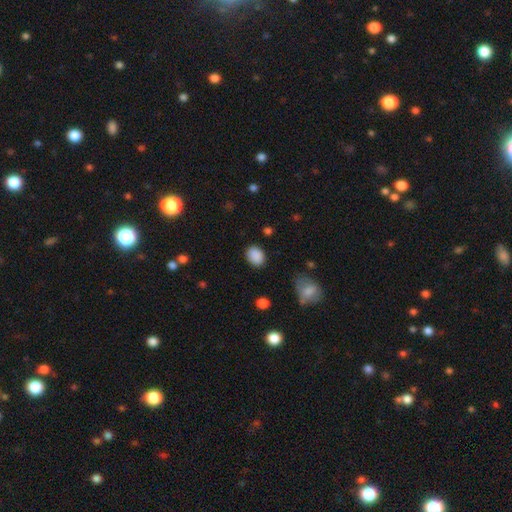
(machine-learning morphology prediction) Smooth or featured? Predicted: smooth (p=0.88). How rounded? Predicted: in between (p=0.55). Merging? Predicted: none (p=0.84).